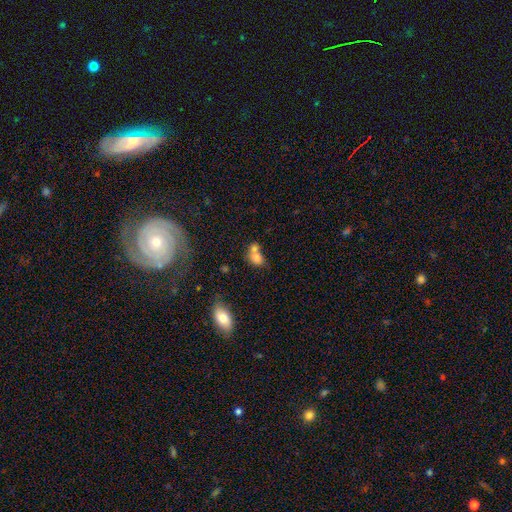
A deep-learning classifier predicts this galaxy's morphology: A smooth galaxy with no disk features (75%) that is in between round and cigar-shaped (63%).

Vote fractions:
- Smooth or featured? smooth: 75% / featured or disk: 14% / star or artifact: 11%
- How rounded? in between: 63% / round: 35% / cigar-shaped: 2%
- Merging? merger: 59% / none: 27% / minor disturbance: 9% / major disturbance: 5%